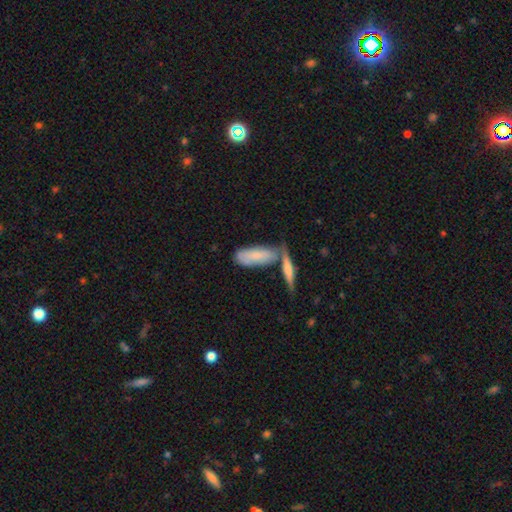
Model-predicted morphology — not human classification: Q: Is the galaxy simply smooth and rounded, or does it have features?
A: smooth — 67%.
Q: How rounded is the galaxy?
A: in between — 64%.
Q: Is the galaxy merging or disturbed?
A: none — 42%.